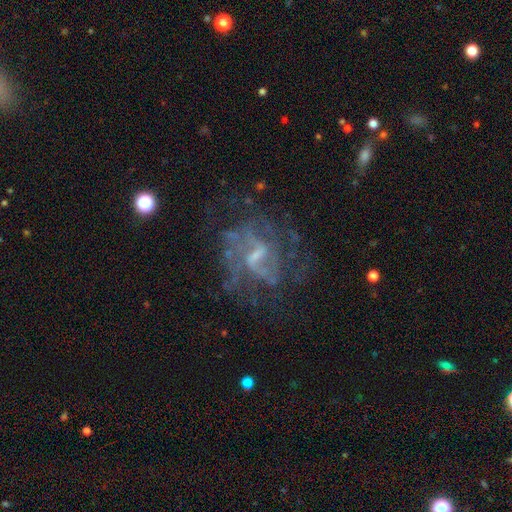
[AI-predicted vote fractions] smooth_or_featured: featured or disk (p=0.76) [alt: star or artifact p=0.13]
disk_edge_on: no (p=0.97) [alt: yes p=0.03]
bar: weak (p=0.51) [alt: no p=0.31]
has_spiral_arms: yes (p=0.60) [alt: no p=0.40]
bulge_size: small (p=0.47) [alt: moderate p=0.27]
merging: none (p=0.53) [alt: major disturbance p=0.26]